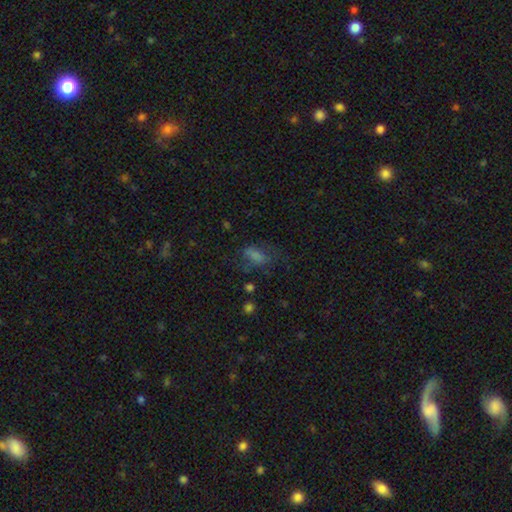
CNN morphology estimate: Smooth or featured? smooth (51%)
How rounded? in between (77%)
Merging? none (51%)